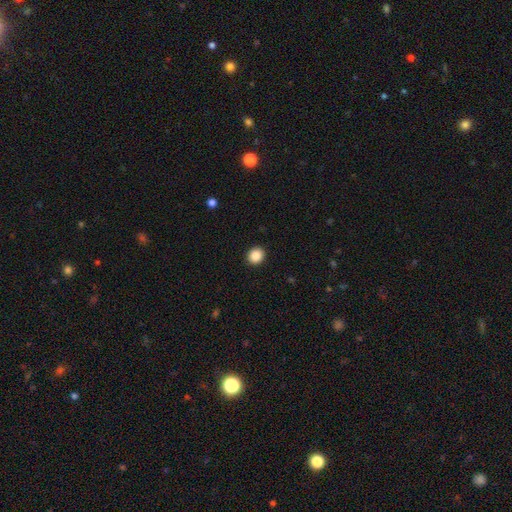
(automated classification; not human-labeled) The model was most divided on "how rounded": round: 83%, in between: 16%, cigar-shaped: 1%. More confident: merging — none (92%); smooth or featured — smooth (88%).